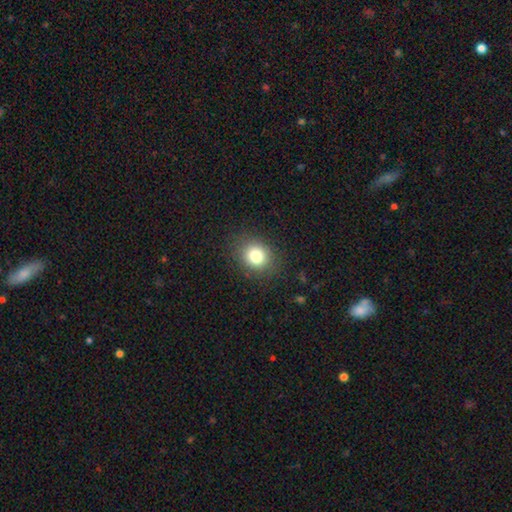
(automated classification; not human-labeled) This is clearly a smooth galaxy (80%). How rounded: likely round (66%). Merging: clearly none (86%).